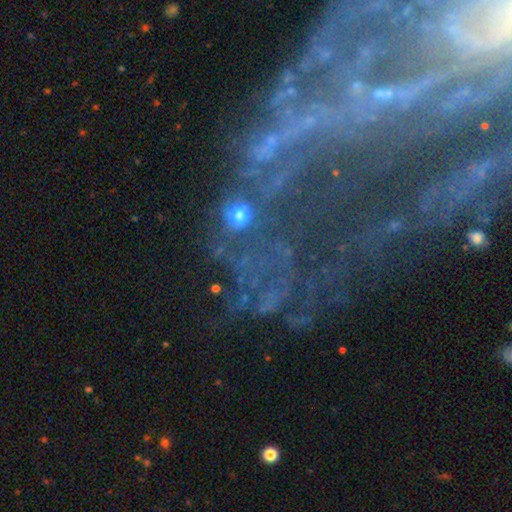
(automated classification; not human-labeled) Overall: featured or disk (60%; star or artifact 29%). Edge-on disk: no (92%). Bar: no (51%; strong 26%). Spiral arms: yes (68%; no 32%). Bulge size: small (45%; none 28%). Merging: none (56%; major disturbance 22%).